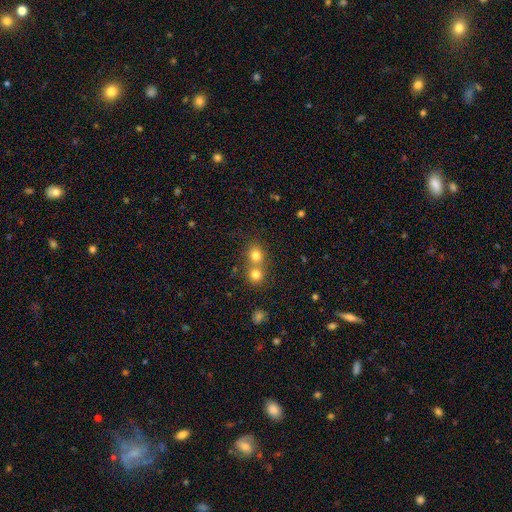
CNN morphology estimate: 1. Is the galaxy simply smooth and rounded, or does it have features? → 76% smooth, 15% star or artifact, 9% featured or disk.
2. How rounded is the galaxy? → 80% round, 19% in between, 1% cigar-shaped.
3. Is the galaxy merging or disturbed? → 49% merger, 44% none, 6% minor disturbance, 2% major disturbance.